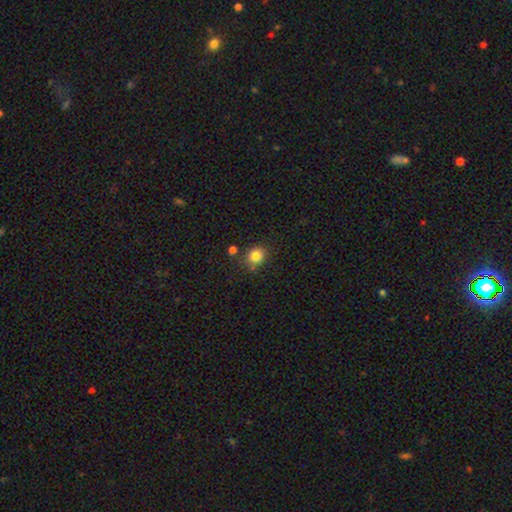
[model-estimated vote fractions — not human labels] smooth-or-featured: smooth: 83% | star or artifact: 11% | featured or disk: 5%
  how-rounded: round: 76% | in between: 23% | cigar-shaped: 1%
  merging: none: 73% | minor disturbance: 15% | merger: 7% | major disturbance: 4%